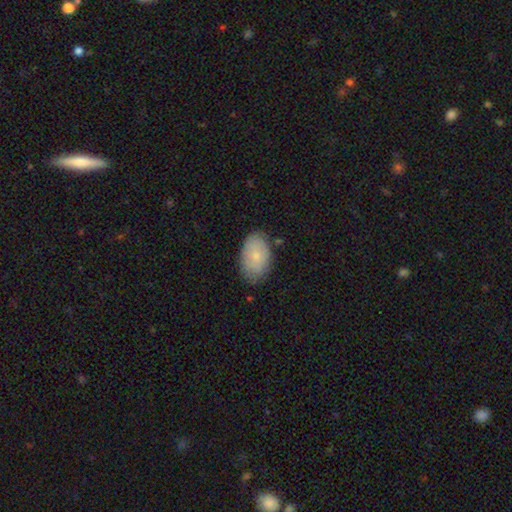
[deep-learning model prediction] Smooth or featured? Predicted: smooth (p=0.76). How rounded? Predicted: in between (p=0.91). Merging? Predicted: none (p=0.77).